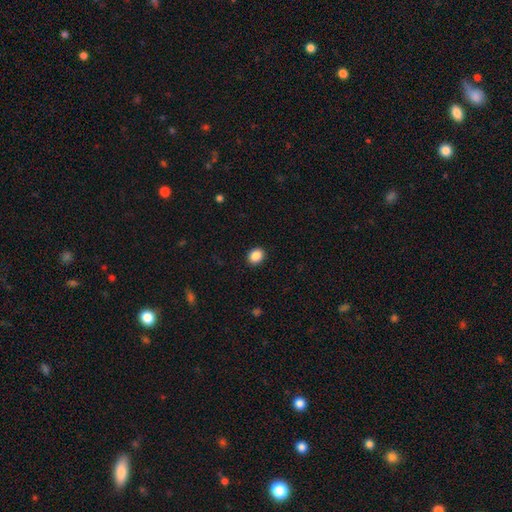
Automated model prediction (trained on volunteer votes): The model was most divided on "how rounded": round: 52%, in between: 47%, cigar-shaped: 1%. More confident: merging — none (91%); smooth or featured — smooth (89%).